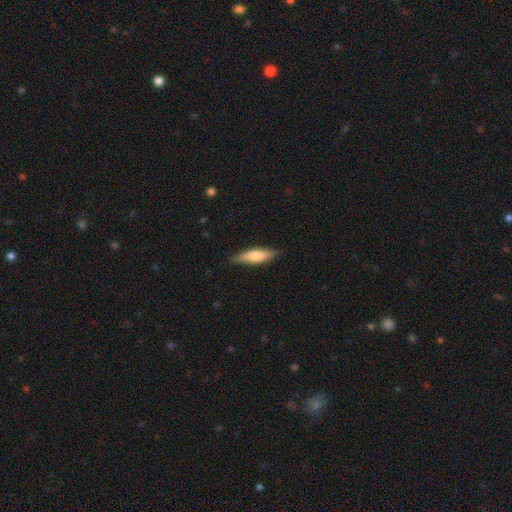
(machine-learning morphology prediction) Overall: smooth (66%; featured or disk 29%). How rounded: cigar-shaped (68%; in between 30%). Merging: none (84%).